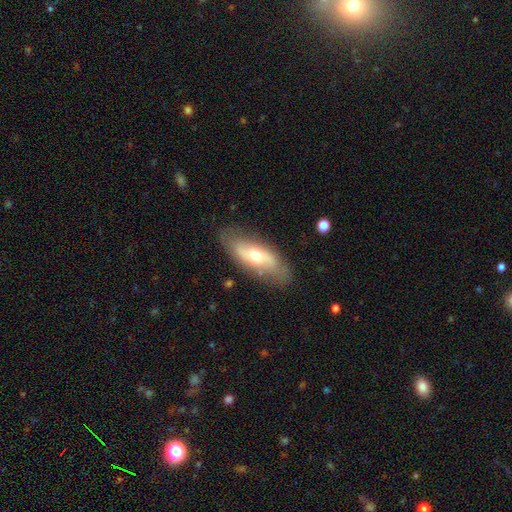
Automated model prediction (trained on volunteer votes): Morphology: type=featured or disk (56%); edge-on=no (80%); merging=none (77%).